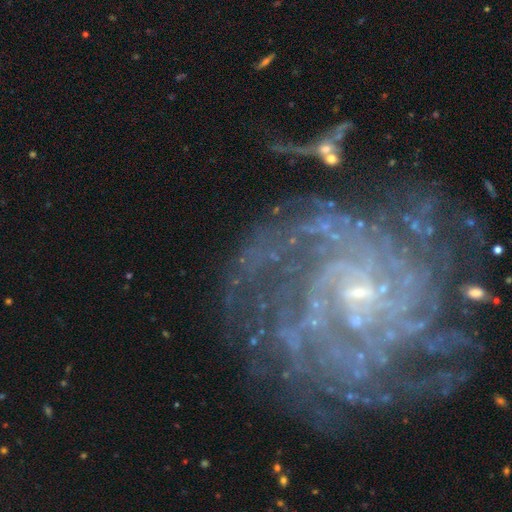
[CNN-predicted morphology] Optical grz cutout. It shows a featured or disk galaxy (86%) with no bar (47%), tight (63%) spiral arms (96%) and a small central bulge (77%). Merging: none (67%).